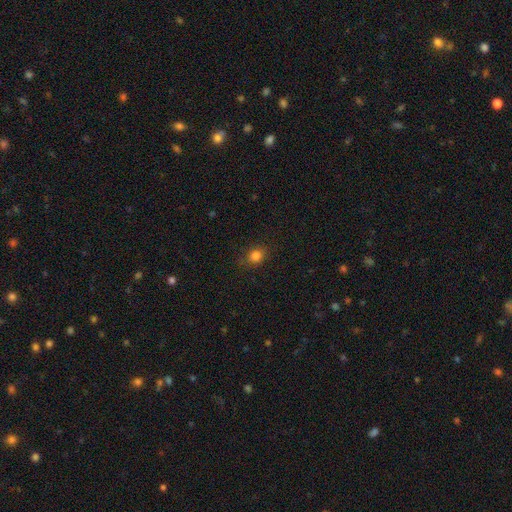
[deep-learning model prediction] A smooth galaxy with no disk features (82%) that is round (69%). Merging: none (83%).